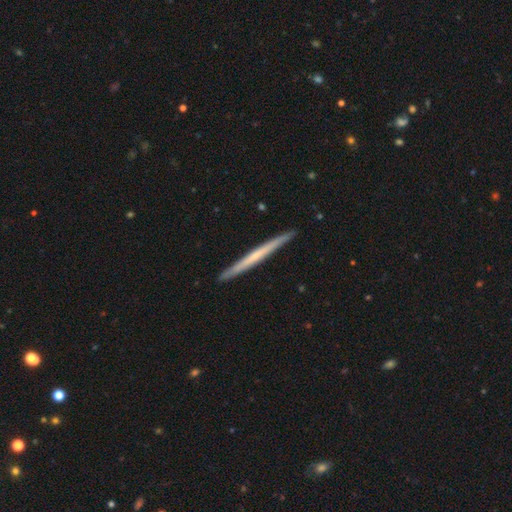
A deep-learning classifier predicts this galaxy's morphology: A featured or disk galaxy (54%) viewed edge-on (98%) with no central bulge (79%).

Vote fractions:
- Smooth or featured? featured or disk: 54% / smooth: 41% / star or artifact: 5%
- Edge-on disk? yes: 98% / no: 2%
- Edge-on bulge? none: 79% / rounded: 17% / boxy: 4%
- Merging? none: 93% / minor disturbance: 5% / major disturbance: 1% / merger: 1%